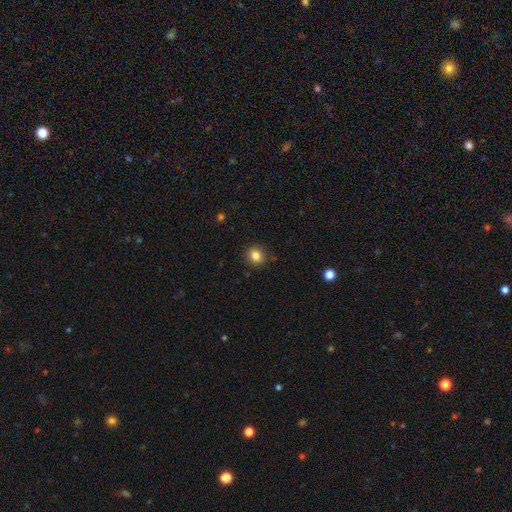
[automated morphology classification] The model was most divided on "how rounded": round: 73%, in between: 26%, cigar-shaped: 1%. More confident: merging — none (89%); smooth or featured — smooth (84%).